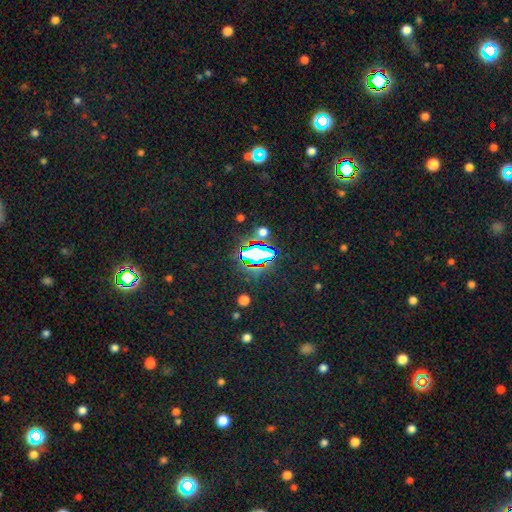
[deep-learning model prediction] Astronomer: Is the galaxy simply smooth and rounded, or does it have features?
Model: star or artifact — 67%.